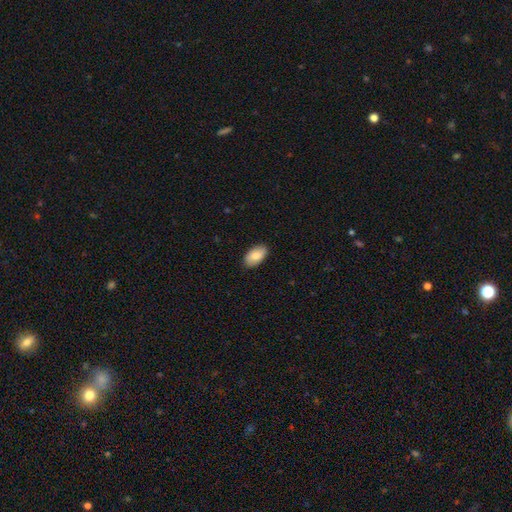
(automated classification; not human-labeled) This appears to be a smooth galaxy with no disk features (84%) that is in between round and cigar-shaped (95%). Merging: none (87%).